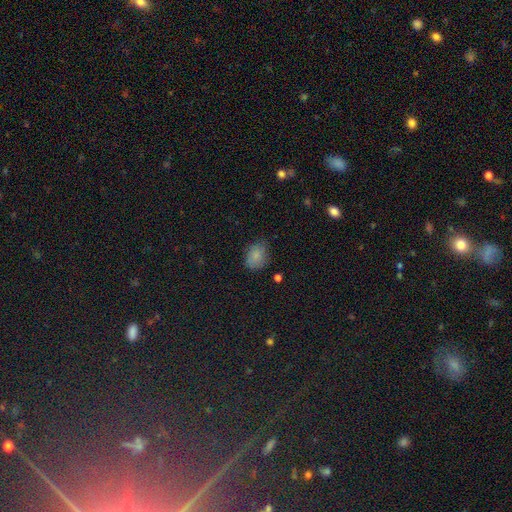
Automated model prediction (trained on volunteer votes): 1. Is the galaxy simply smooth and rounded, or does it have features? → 82% smooth, 10% star or artifact, 8% featured or disk.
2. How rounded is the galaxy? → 59% in between, 40% round, 1% cigar-shaped.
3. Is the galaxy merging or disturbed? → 67% none, 25% minor disturbance, 6% major disturbance, 2% merger.